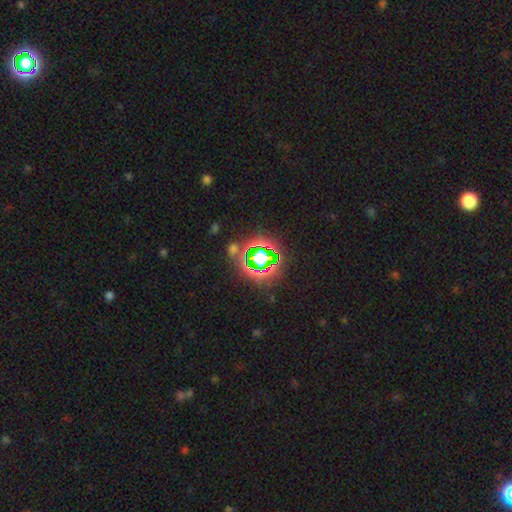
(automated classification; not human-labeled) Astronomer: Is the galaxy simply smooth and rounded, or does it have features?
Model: star or artifact — 73%.